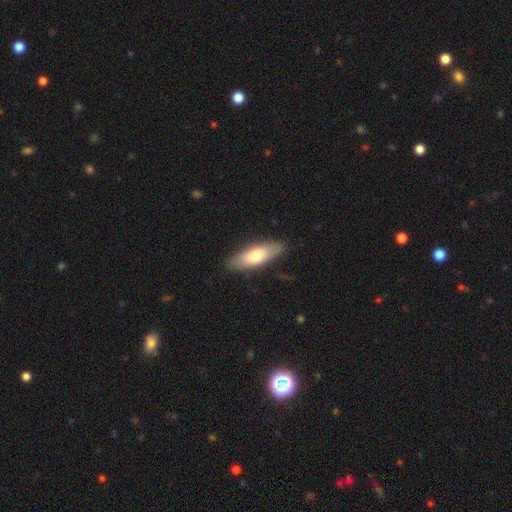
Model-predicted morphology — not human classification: Smooth or featured?
  - smooth: 71% *
  - featured or disk: 24%
  - star or artifact: 5%
How rounded?
  - in between: 60% *
  - cigar-shaped: 38%
  - round: 2%
Merging?
  - none: 87% *
  - minor disturbance: 10%
  - major disturbance: 2%
  - merger: 1%